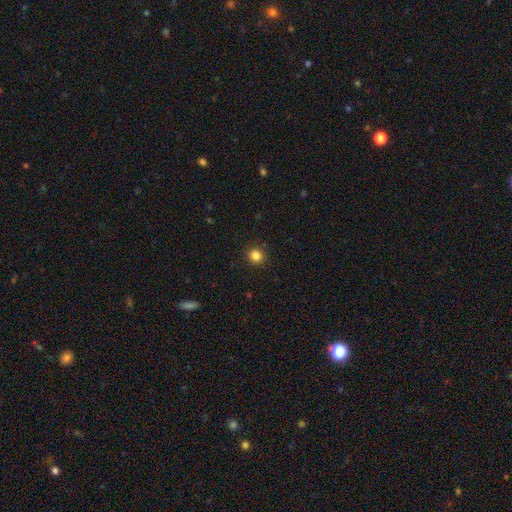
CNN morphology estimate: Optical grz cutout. It shows a smooth galaxy with no disk features (84%) that is round (93%). Merging: none (92%).